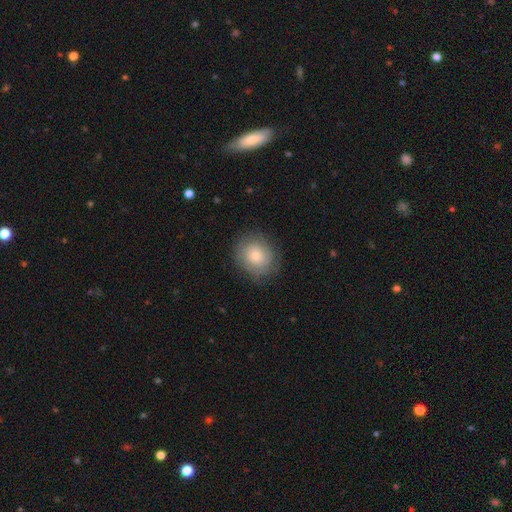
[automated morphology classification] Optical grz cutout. It shows a smooth galaxy with no disk features (70%) that is round (78%). Merging: none (78%).